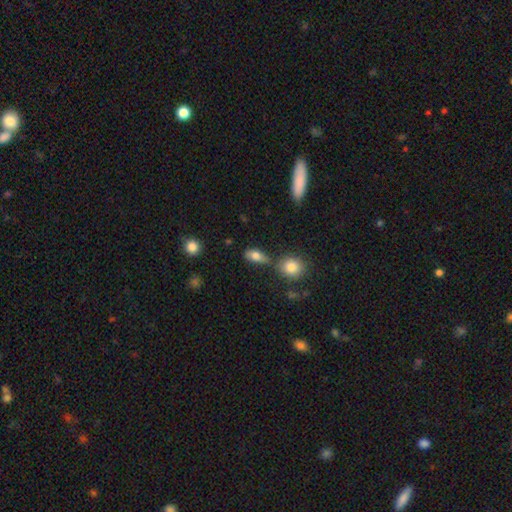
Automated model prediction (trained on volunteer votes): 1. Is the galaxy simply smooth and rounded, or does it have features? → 77% smooth, 14% featured or disk, 9% star or artifact.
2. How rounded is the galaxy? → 83% in between, 10% cigar-shaped, 8% round.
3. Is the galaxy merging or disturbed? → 58% none, 19% minor disturbance, 17% merger, 6% major disturbance.